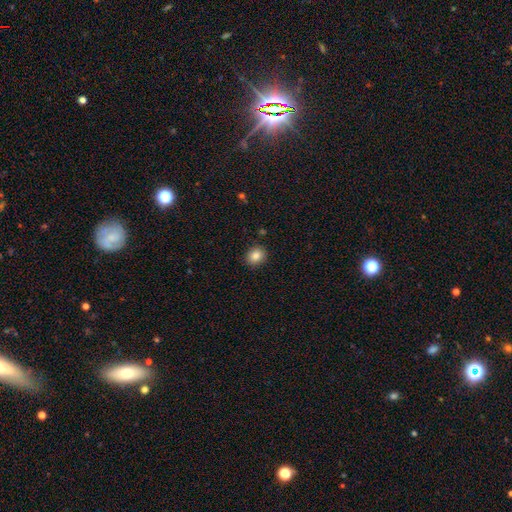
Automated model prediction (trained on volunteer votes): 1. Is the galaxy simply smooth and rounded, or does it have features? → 85% smooth, 9% star or artifact, 5% featured or disk.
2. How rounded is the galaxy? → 63% round, 36% in between, 1% cigar-shaped.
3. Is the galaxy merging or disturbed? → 89% none, 8% minor disturbance, 2% major disturbance, 1% merger.